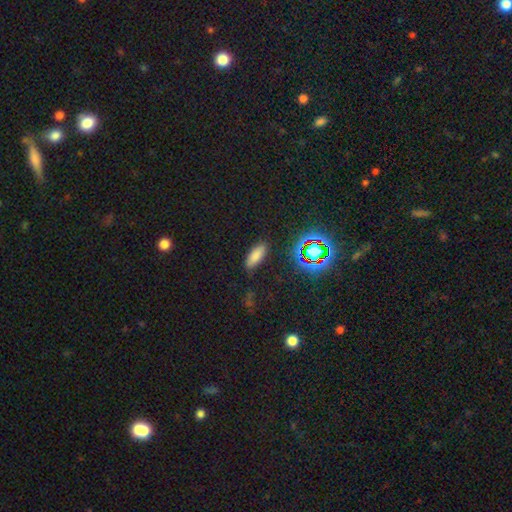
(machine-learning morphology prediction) Smooth or featured: smooth — 77% (star or artifact — 17%)
How rounded: in between — 75% (cigar-shaped — 21%)
Merging: none — 84% (minor disturbance — 11%)